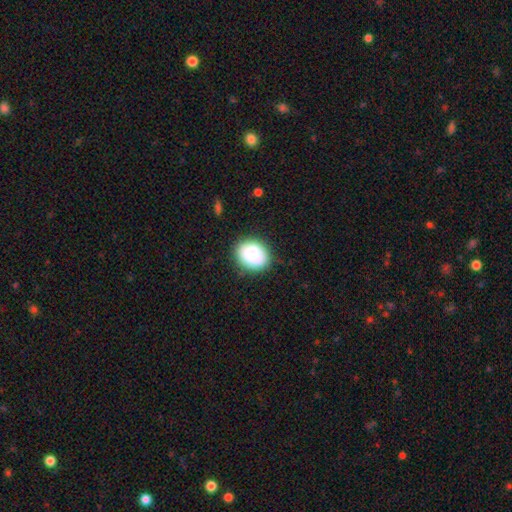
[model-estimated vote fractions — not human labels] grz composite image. It shows a smooth galaxy with no disk features (74%) that is round (56%). Merging: none (68%).